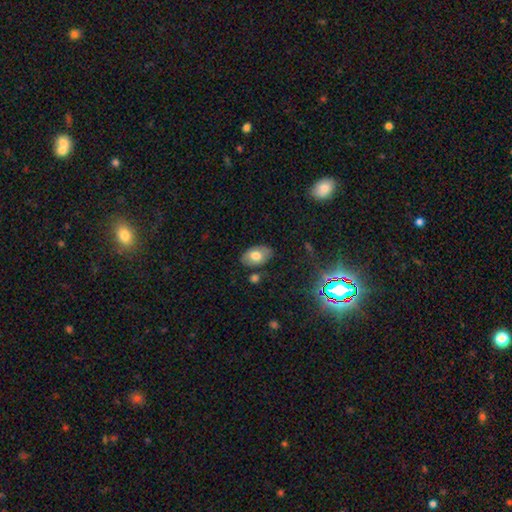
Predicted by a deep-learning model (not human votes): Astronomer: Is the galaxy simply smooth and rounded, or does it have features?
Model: smooth — 71%.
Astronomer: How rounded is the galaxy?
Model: in between — 91%.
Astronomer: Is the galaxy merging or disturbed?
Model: none — 80%.